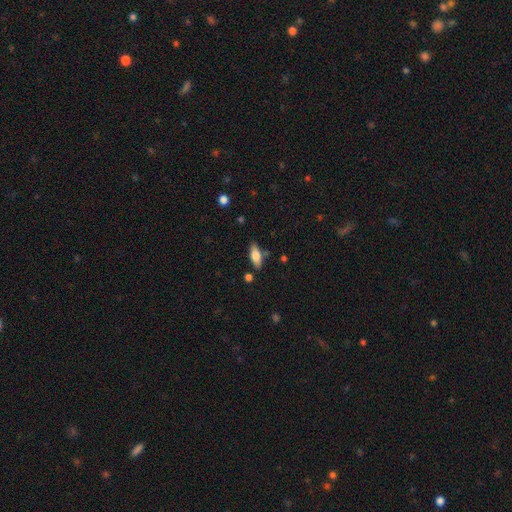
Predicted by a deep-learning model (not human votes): Smooth or featured? Predicted: smooth (p=0.75). How rounded? Predicted: in between (p=0.78). Merging? Predicted: none (p=0.78).